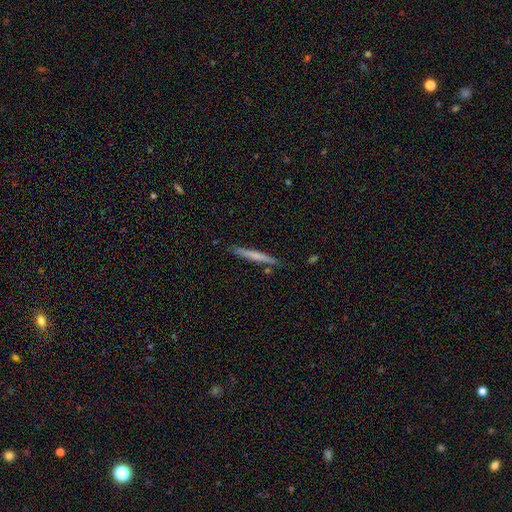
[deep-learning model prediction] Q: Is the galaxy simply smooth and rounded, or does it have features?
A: smooth — 56%.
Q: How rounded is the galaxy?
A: cigar-shaped — 96%.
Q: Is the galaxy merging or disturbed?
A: none — 87%.